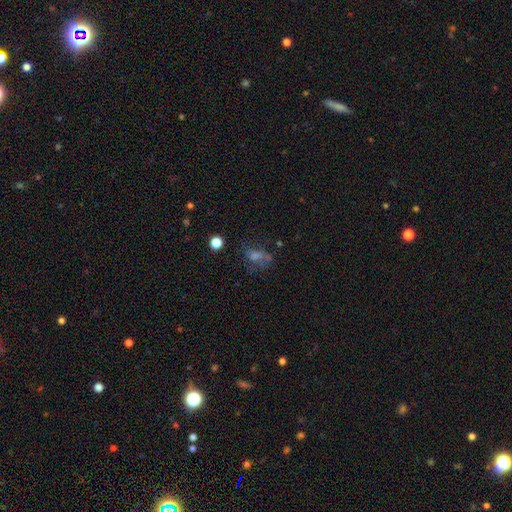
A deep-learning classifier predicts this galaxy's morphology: The model was most divided on "smooth or featured": smooth: 36%, featured or disk: 34%, star or artifact: 30%. Remaining: merging — none (48%).